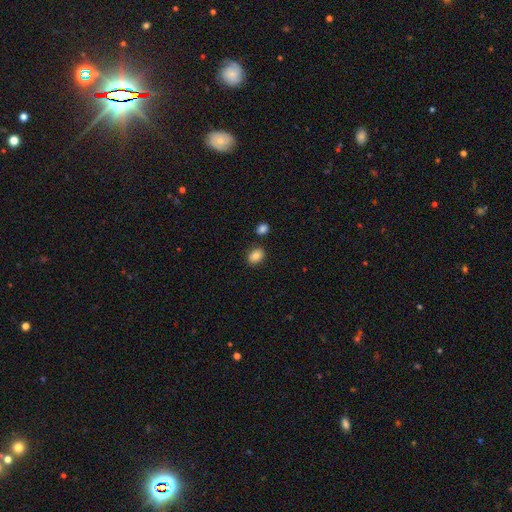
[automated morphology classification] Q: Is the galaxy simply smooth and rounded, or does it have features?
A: smooth — 83%.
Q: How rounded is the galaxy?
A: in between — 65%.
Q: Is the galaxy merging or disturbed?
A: none — 82%.